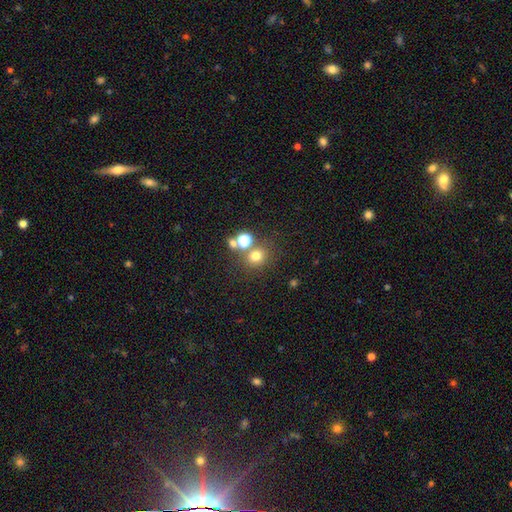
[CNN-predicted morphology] A smooth galaxy with no disk features (72%) that is round (84%).

Vote fractions:
- Smooth or featured? smooth: 72% / star or artifact: 20% / featured or disk: 8%
- How rounded? round: 84% / in between: 15% / cigar-shaped: 1%
- Merging? none: 69% / merger: 18% / minor disturbance: 8% / major disturbance: 4%